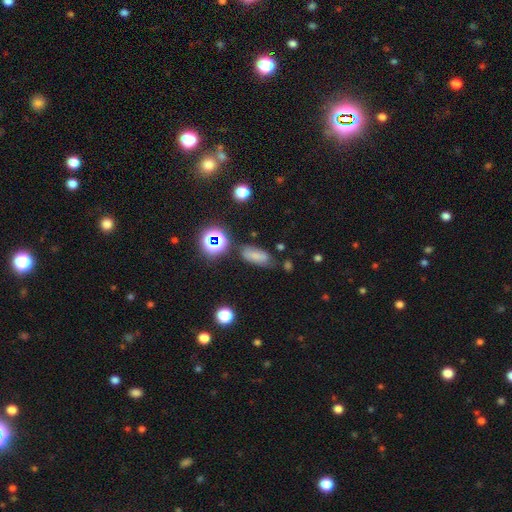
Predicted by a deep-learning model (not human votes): Morphology: type=smooth (68%); roundness=in between (78%); merging=none (66%).